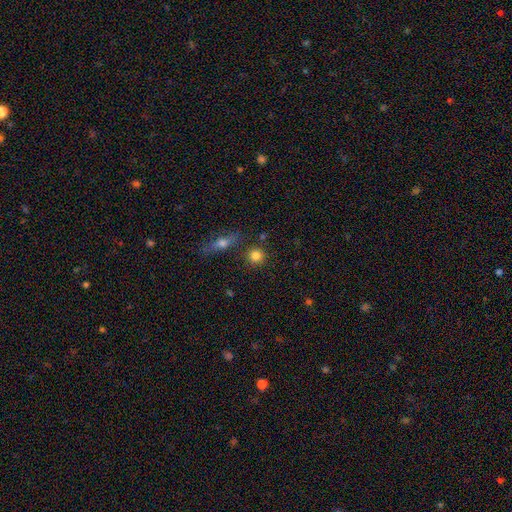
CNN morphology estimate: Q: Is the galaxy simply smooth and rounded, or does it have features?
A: smooth — 82%.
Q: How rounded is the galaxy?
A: round — 90%.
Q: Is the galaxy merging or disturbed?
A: none — 82%.